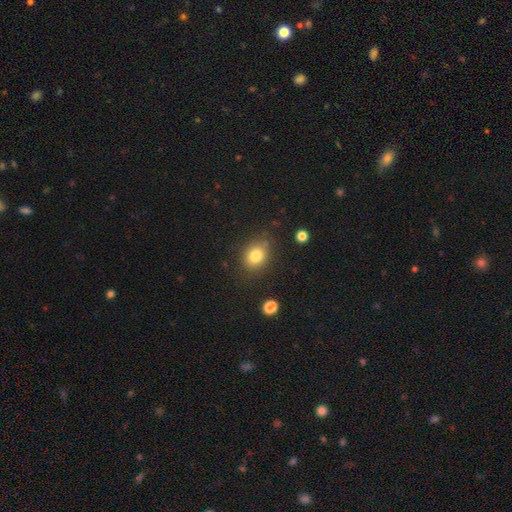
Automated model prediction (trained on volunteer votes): Overall: smooth (81%). How rounded: round (58%; in between 41%). Merging: none (78%).